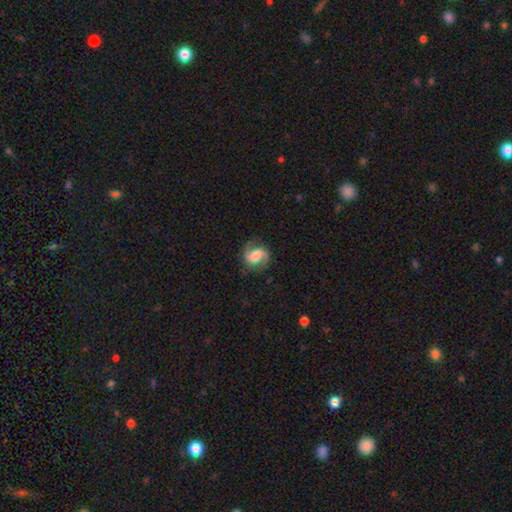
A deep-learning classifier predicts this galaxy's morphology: Overall: featured or disk (69%). Edge-on disk: no (97%). Bar: weak (43%; no 33%). Spiral arms: yes (93%). Spiral arm count: 2 (89%). Spiral winding: medium (47%; loose 32%). Bulge size: moderate (46%; large 28%). Merging: none (77%).